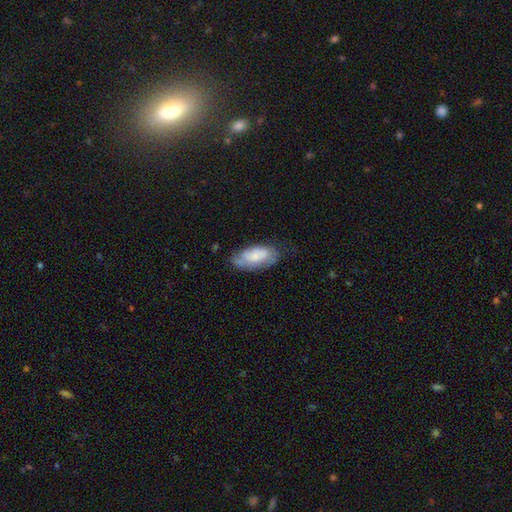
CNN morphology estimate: The model was most divided on "merging": none: 55%, minor disturbance: 31%, major disturbance: 12%, merger: 3%. More confident: how rounded — in between (90%); smooth or featured — smooth (61%).